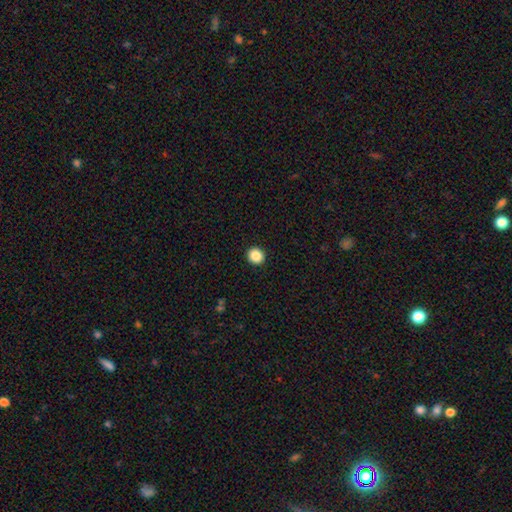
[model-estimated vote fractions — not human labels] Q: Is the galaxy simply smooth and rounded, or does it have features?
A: smooth — 87%.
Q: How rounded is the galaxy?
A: round — 88%.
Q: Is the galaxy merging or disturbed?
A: none — 93%.